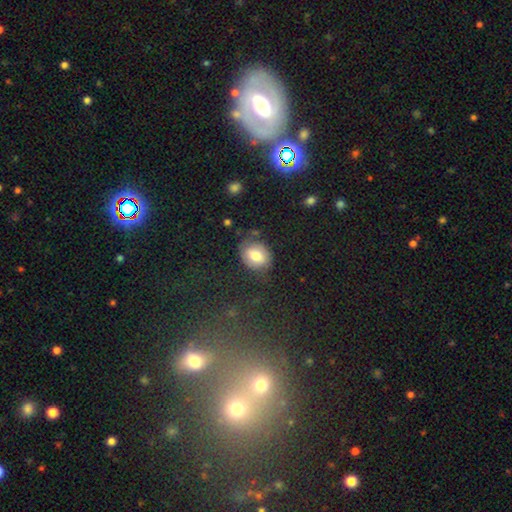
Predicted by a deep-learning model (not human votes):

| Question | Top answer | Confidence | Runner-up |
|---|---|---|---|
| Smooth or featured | smooth | 73% | featured or disk (17%) |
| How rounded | in between | 50% | round (49%) |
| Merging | none | 69% | minor disturbance (20%) |